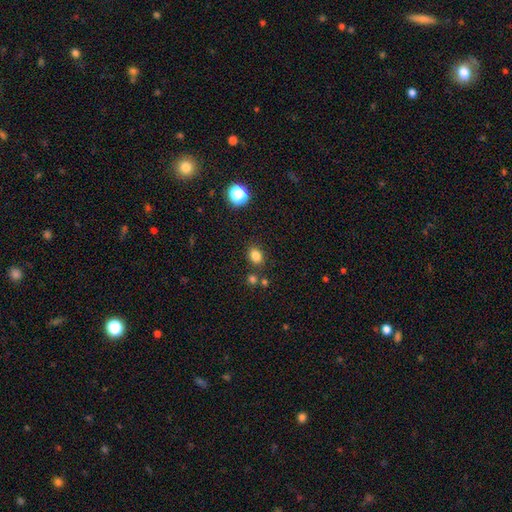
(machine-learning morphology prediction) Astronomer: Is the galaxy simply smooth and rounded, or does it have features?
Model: smooth — 82%.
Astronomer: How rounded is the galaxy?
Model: in between — 54% (runner-up: round, 45%).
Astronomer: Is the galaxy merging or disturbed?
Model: none — 81%.